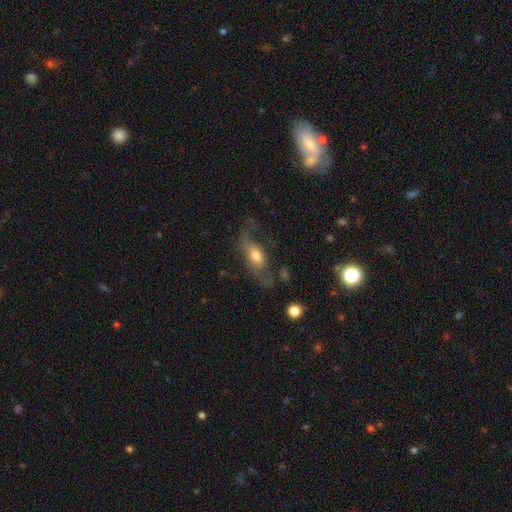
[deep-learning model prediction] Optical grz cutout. It shows a featured or disk galaxy (60%). Merging: none (47%).